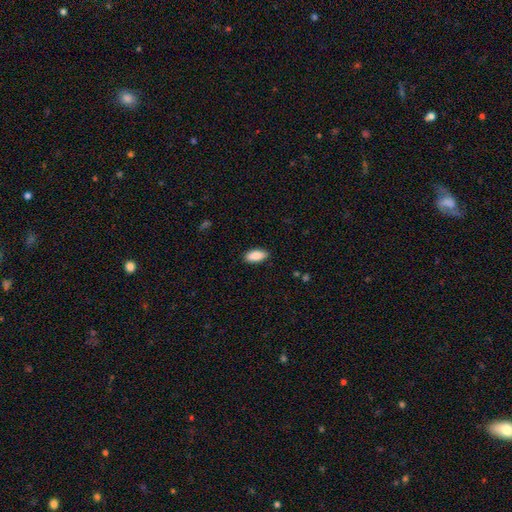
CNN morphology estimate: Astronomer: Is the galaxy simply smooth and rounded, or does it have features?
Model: smooth — 88%.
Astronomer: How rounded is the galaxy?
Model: in between — 89%.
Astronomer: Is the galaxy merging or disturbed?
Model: none — 88%.